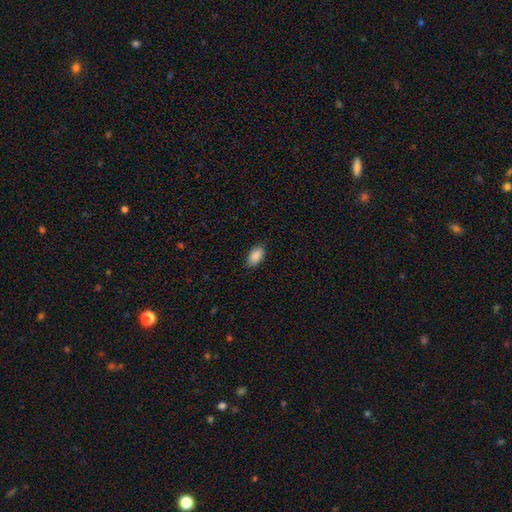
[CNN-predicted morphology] A smooth galaxy with no disk features (89%) that is in between round and cigar-shaped (93%). Merging: none (85%).